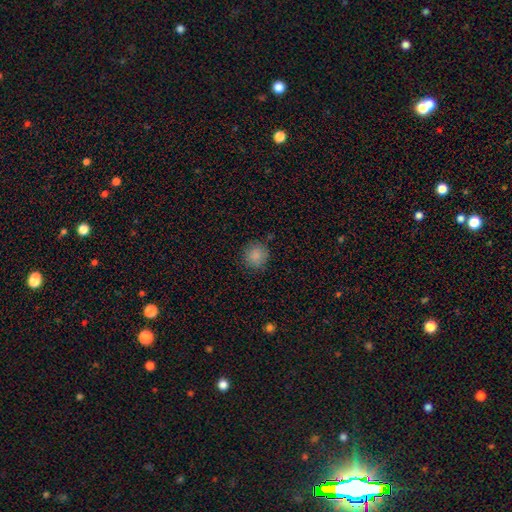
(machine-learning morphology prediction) smooth-or-featured: smooth: 86% | star or artifact: 10% | featured or disk: 4%
  how-rounded: round: 91% | in between: 8% | cigar-shaped: 1%
  merging: none: 86% | minor disturbance: 10% | major disturbance: 3% | merger: 2%